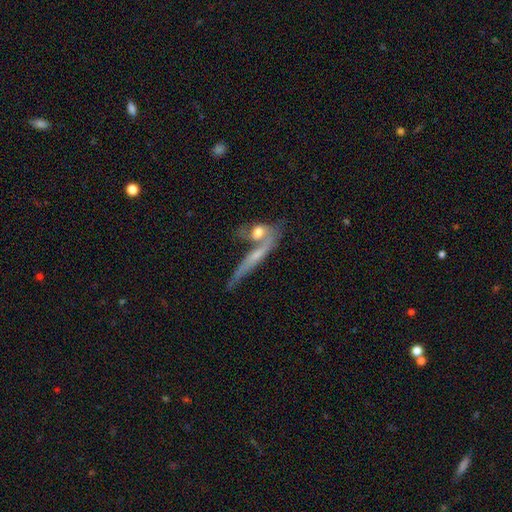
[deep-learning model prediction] This is possibly a featured or disk galaxy (56%). It is likely viewed edge-on (64%). Merging: marginally merger (42%).